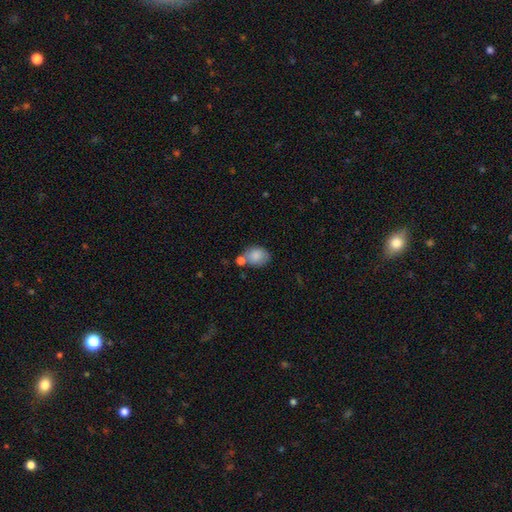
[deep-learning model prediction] smooth_or_featured: smooth (p=0.84) [alt: featured or disk p=0.09]
how_rounded: in between (p=0.60) [alt: round p=0.38]
merging: none (p=0.56) [alt: merger p=0.21]